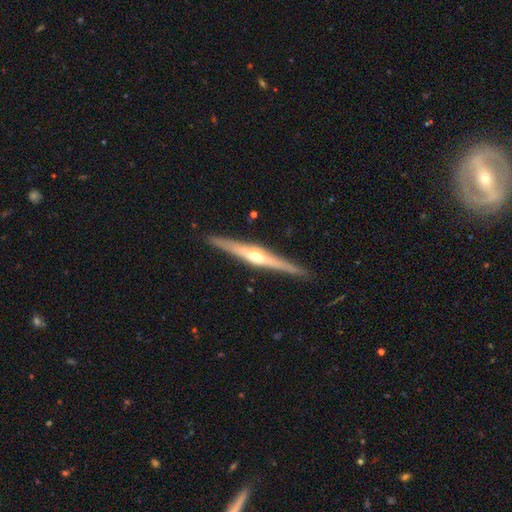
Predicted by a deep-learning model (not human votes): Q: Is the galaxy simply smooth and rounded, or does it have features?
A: featured or disk — 79%.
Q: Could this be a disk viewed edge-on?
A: yes — 98%.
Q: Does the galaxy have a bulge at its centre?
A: rounded — 87%.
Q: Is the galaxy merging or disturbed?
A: none — 91%.